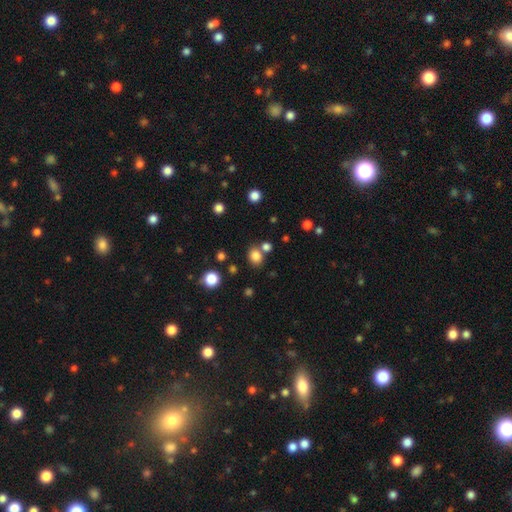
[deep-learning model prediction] smooth 81%, star or artifact 13%, featured or disk 6%. Down the decision tree: how rounded — round (61%); merging — none (69%).